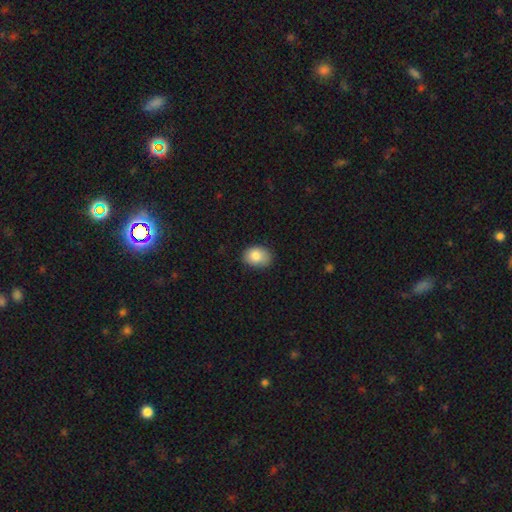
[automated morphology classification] smooth_or_featured: smooth (p=0.85) [alt: star or artifact p=0.08]
how_rounded: in between (p=0.69) [alt: round p=0.30]
merging: none (p=0.76) [alt: minor disturbance p=0.20]